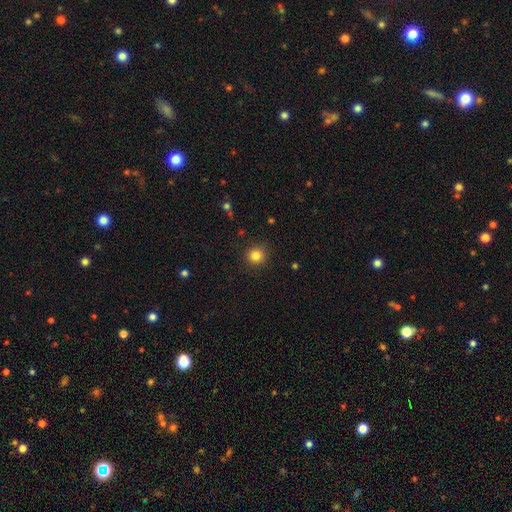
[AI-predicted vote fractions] Smooth or featured: smooth — 84% (star or artifact — 11%)
How rounded: round — 94% (in between — 5%)
Merging: none — 90% (minor disturbance — 7%)